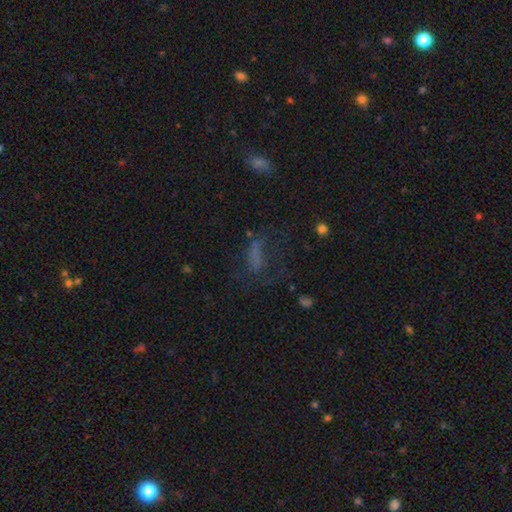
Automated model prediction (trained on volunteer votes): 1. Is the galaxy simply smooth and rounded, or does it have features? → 45% smooth, 28% star or artifact, 27% featured or disk.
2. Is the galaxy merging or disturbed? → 40% major disturbance, 37% none, 18% minor disturbance, 4% merger.